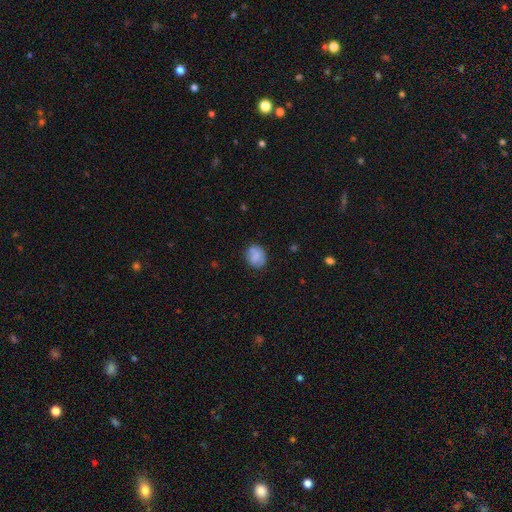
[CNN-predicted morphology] type=smooth (76%); roundness=round (56%); merging=none (73%).